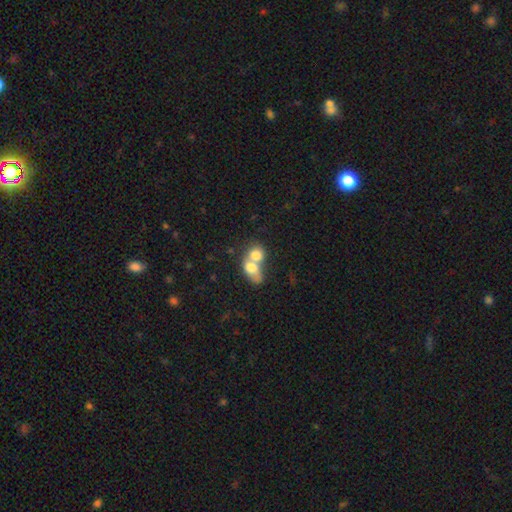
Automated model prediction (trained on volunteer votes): Q: Smooth or featured?
A: smooth (71%); runner-up: featured or disk (21%)
Q: How rounded?
A: in between (53%); runner-up: round (45%)
Q: Merging?
A: merger (77%); runner-up: none (14%)